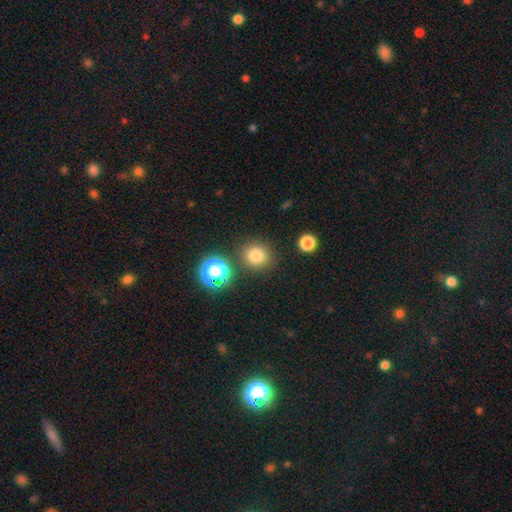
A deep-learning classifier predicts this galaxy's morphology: type=smooth (79%); roundness=round (90%); merging=none (83%).